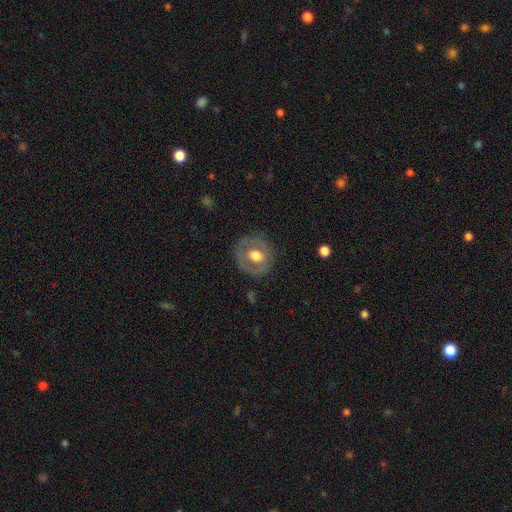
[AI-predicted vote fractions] Morphology: type=featured or disk (47%); merging=none (77%).